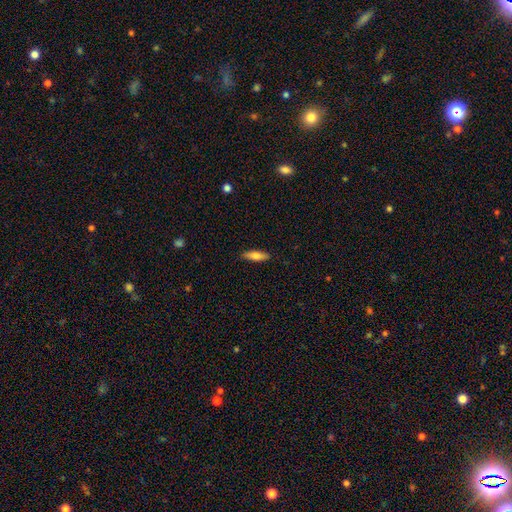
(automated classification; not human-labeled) smooth_or_featured: smooth (p=0.74) [alt: featured or disk p=0.20]
how_rounded: cigar-shaped (p=0.52) [alt: in between p=0.46]
merging: none (p=0.87) [alt: minor disturbance p=0.10]